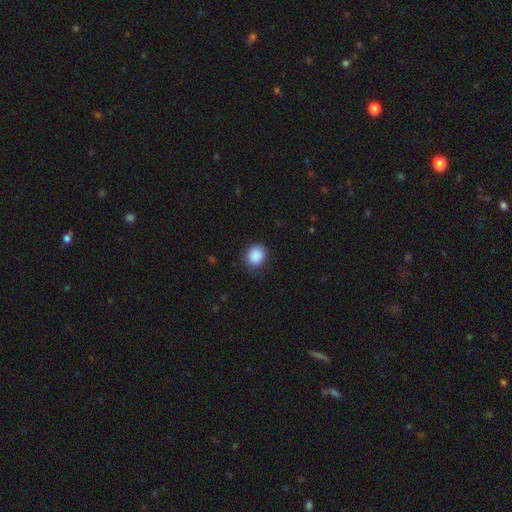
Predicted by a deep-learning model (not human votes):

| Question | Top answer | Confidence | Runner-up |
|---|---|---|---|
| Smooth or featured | smooth | 89% | star or artifact (8%) |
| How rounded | round | 73% | in between (26%) |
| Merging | none | 85% | minor disturbance (11%) |